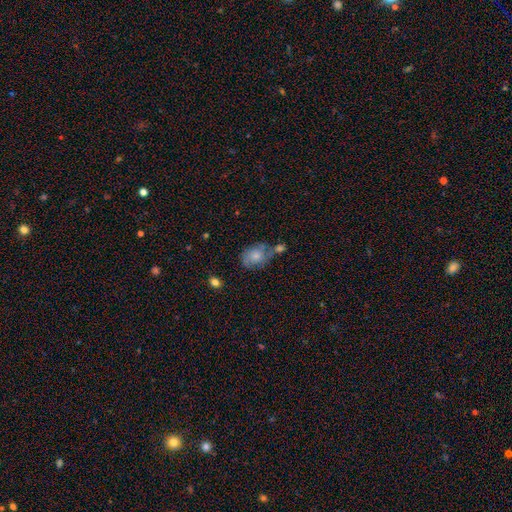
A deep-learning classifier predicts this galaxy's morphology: Smooth or featured? Predicted: smooth (p=0.57). How rounded? Predicted: in between (p=0.61). Merging? Predicted: none (p=0.43).